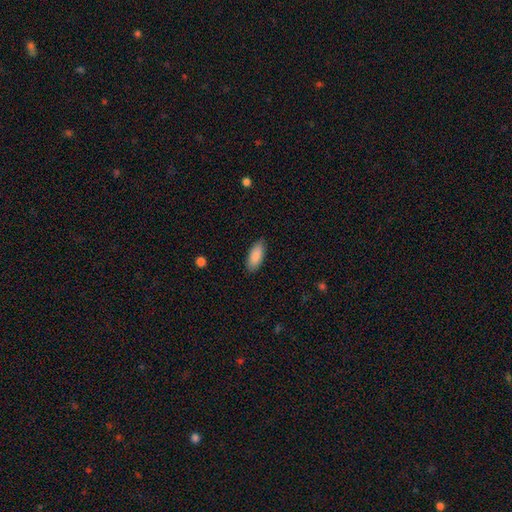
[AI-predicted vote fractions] A smooth galaxy with no disk features (90%) that is in between round and cigar-shaped (84%). Merging: none (87%).